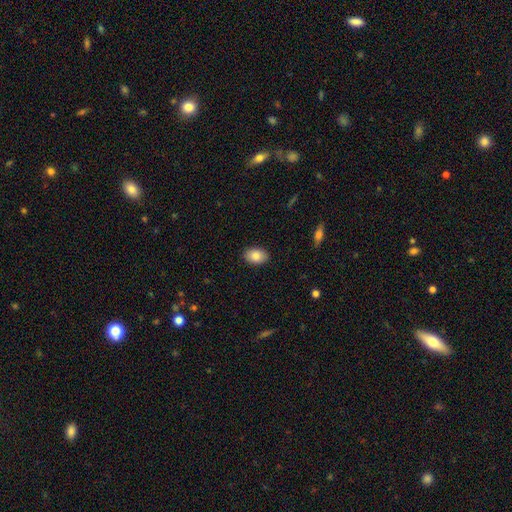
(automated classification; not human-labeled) The model was most divided on "how rounded": in between: 85%, round: 14%, cigar-shaped: 1%. More confident: merging — none (89%); smooth or featured — smooth (85%).